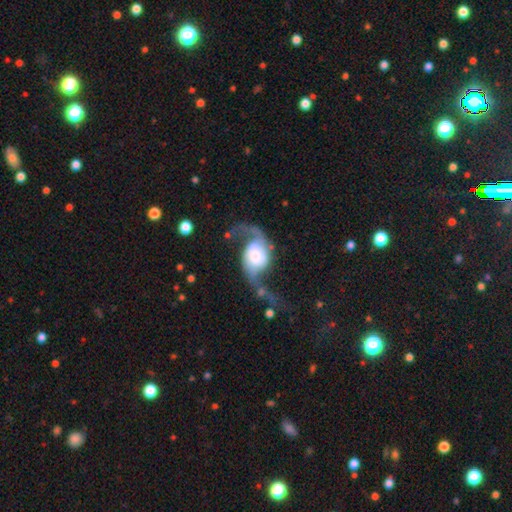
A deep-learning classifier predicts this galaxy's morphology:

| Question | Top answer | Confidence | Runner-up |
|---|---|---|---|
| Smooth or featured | featured or disk | 80% | smooth (15%) |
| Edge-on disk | no | 96% | yes (4%) |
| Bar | no | 60% | weak (30%) |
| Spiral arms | yes | 93% | no (7%) |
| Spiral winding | loose | 83% | medium (13%) |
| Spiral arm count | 2 | 91% | 1 (4%) |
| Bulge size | moderate | 36% | large (29%) |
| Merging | major disturbance | 38% | none (37%) |